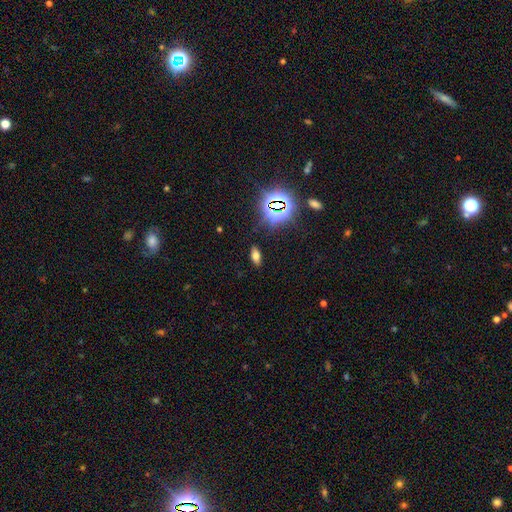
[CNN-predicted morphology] smooth-or-featured: smooth: 62% | star or artifact: 26% | featured or disk: 12%
  how-rounded: in between: 80% | cigar-shaped: 14% | round: 5%
  merging: none: 86% | minor disturbance: 9% | major disturbance: 3% | merger: 2%